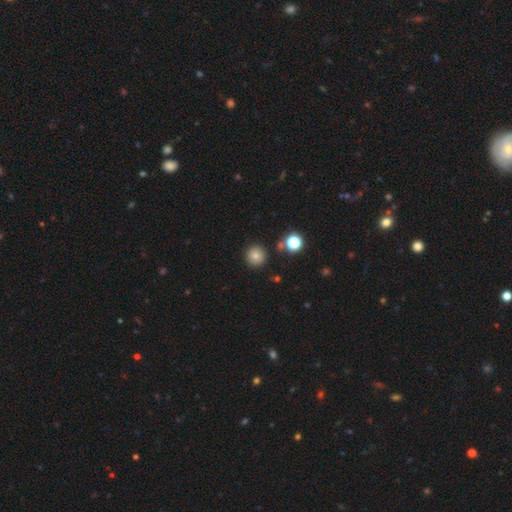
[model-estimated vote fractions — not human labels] Q: Smooth or featured?
A: smooth (81%); runner-up: star or artifact (13%)
Q: How rounded?
A: round (95%); runner-up: in between (4%)
Q: Merging?
A: none (89%); runner-up: minor disturbance (6%)